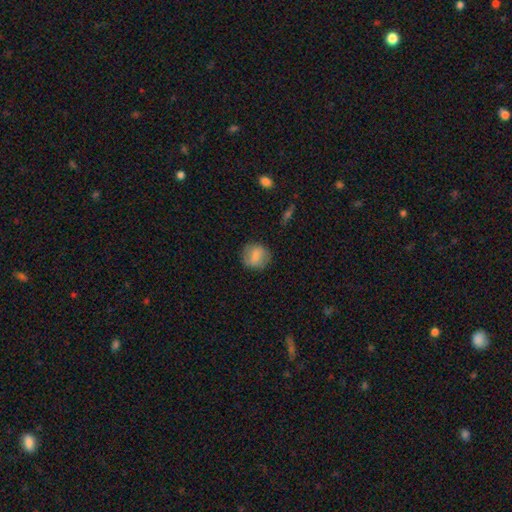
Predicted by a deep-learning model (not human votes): Morphology: type=smooth (76%); roundness=round (85%); merging=none (83%).